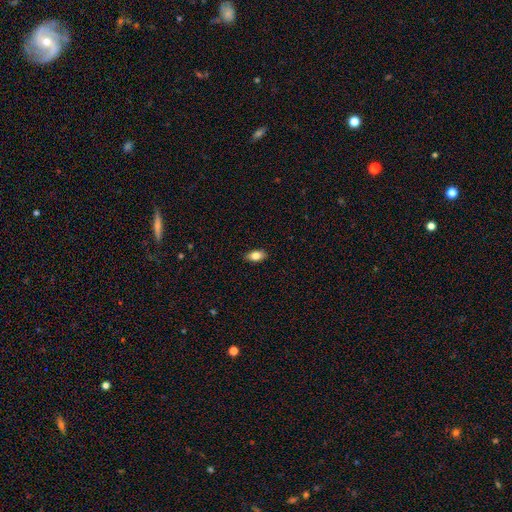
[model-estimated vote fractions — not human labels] Smooth or featured: smooth — 80% (featured or disk — 12%)
How rounded: in between — 88% (round — 6%)
Merging: none — 88% (minor disturbance — 9%)